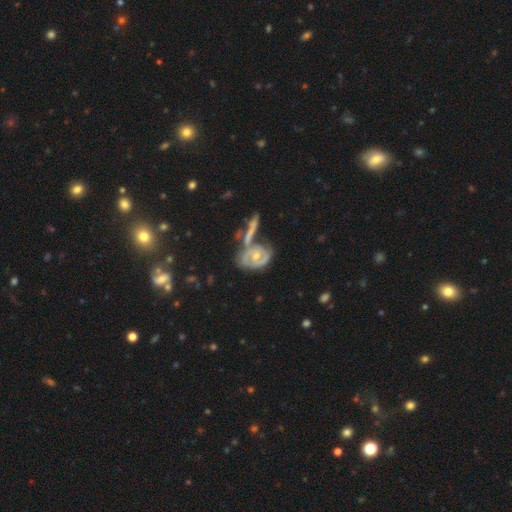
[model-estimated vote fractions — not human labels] smooth-or-featured: featured or disk: 77% | smooth: 17% | star or artifact: 6%
  disk-edge-on: no: 95% | yes: 5%
    bar: no: 58% | weak: 33% | strong: 9%
    has-spiral-arms: yes: 84% | no: 16%
      spiral-winding: tight: 53% | medium: 36% | loose: 11%
      spiral-arm-count: 2: 58% | can't tell: 23% | 3: 8% | 1: 8% | 4: 2% | more than 4: 2%
    bulge-size: moderate: 54% | small: 40% | large: 2% | none: 2% | dominant: 1%
  merging: none: 40% | merger: 31% | minor disturbance: 18% | major disturbance: 12%